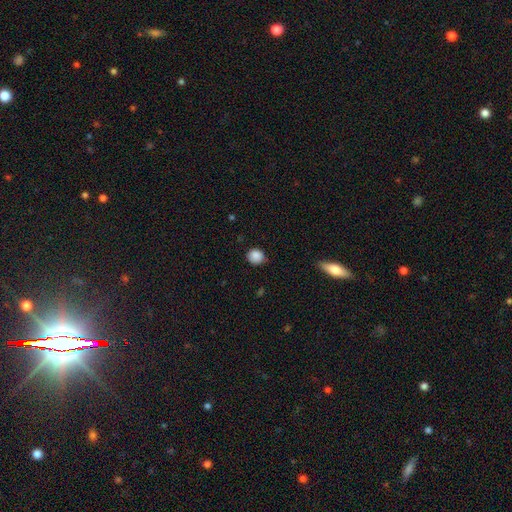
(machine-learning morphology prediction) smooth_or_featured: smooth (p=0.87) [alt: star or artifact p=0.09]
how_rounded: round (p=0.83) [alt: in between p=0.16]
merging: none (p=0.80) [alt: minor disturbance p=0.16]